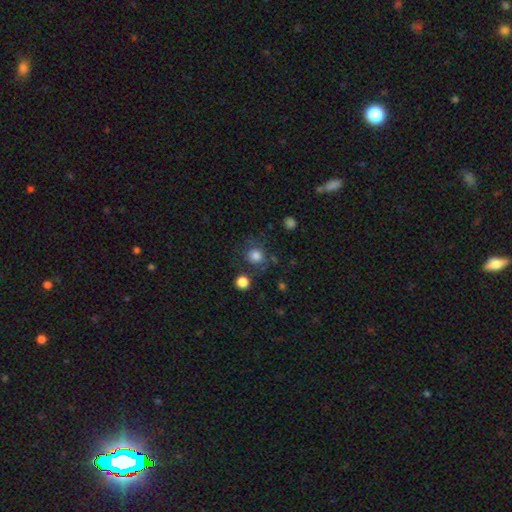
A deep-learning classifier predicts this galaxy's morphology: smooth_or_featured: smooth (p=0.81) [alt: star or artifact p=0.12]
how_rounded: round (p=0.88) [alt: in between p=0.11]
merging: none (p=0.73) [alt: minor disturbance p=0.13]